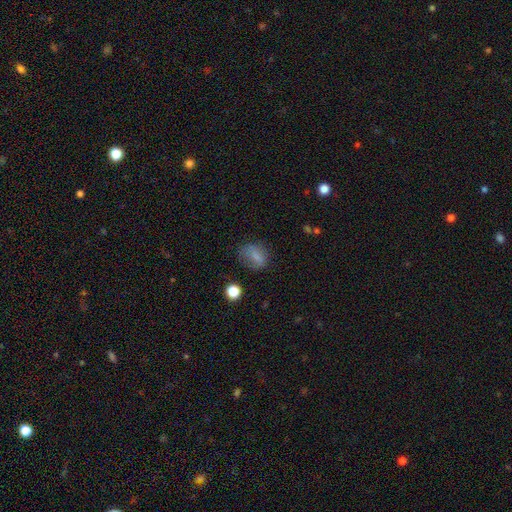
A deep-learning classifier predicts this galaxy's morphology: This appears to be a smooth galaxy with no disk features (72%) that is in between round and cigar-shaped (61%). Merging: none (62%).